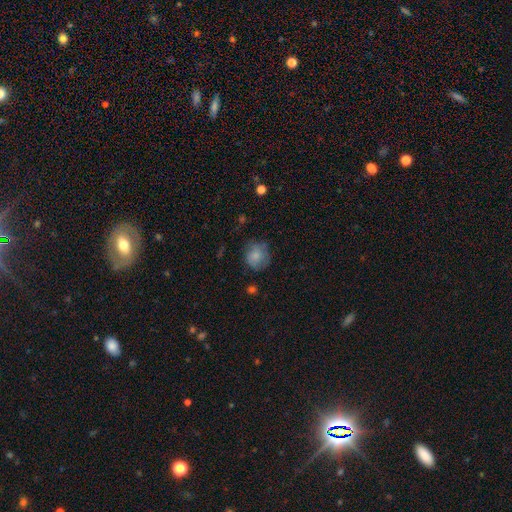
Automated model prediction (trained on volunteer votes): Smooth or featured?
  - smooth: 76% *
  - featured or disk: 16%
  - star or artifact: 8%
How rounded?
  - round: 85% *
  - in between: 14%
  - cigar-shaped: 1%
Merging?
  - none: 66% *
  - minor disturbance: 24%
  - major disturbance: 8%
  - merger: 2%